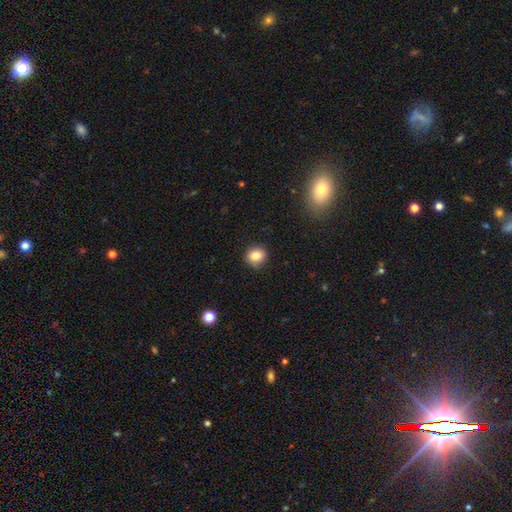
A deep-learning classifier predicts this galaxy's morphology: Smooth or featured: smooth — 85% (star or artifact — 10%)
How rounded: round — 80% (in between — 19%)
Merging: none — 87% (minor disturbance — 9%)